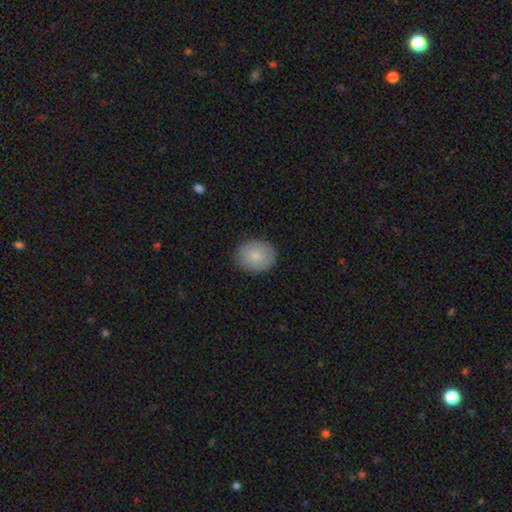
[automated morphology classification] type=smooth (83%); roundness=round (58%); merging=none (87%).